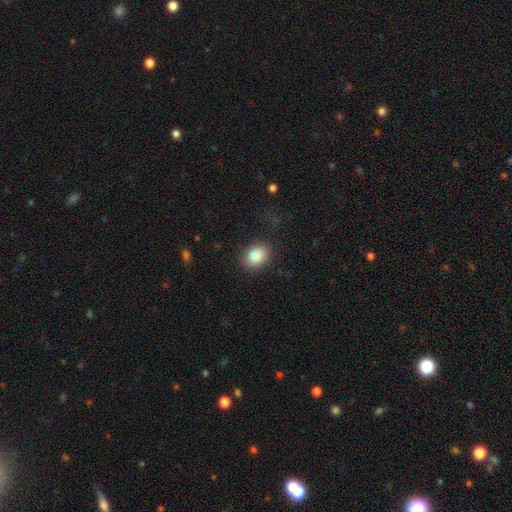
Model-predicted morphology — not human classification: smooth-or-featured: smooth: 88% | star or artifact: 8% | featured or disk: 4%
  how-rounded: in between: 64% | round: 35% | cigar-shaped: 1%
  merging: none: 83% | minor disturbance: 11% | major disturbance: 4% | merger: 1%